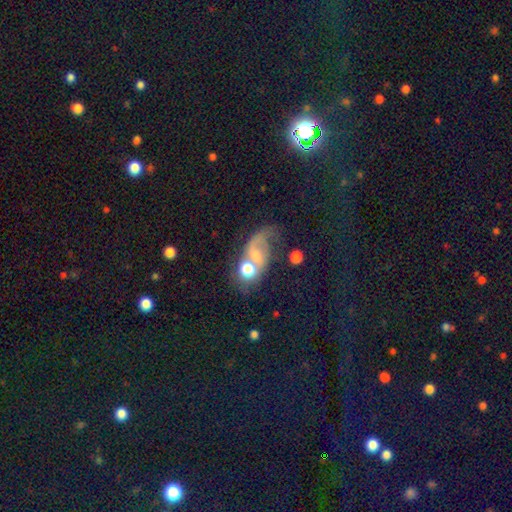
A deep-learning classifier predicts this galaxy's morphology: type=featured or disk (40%); merging=none (33%, tied with merger).